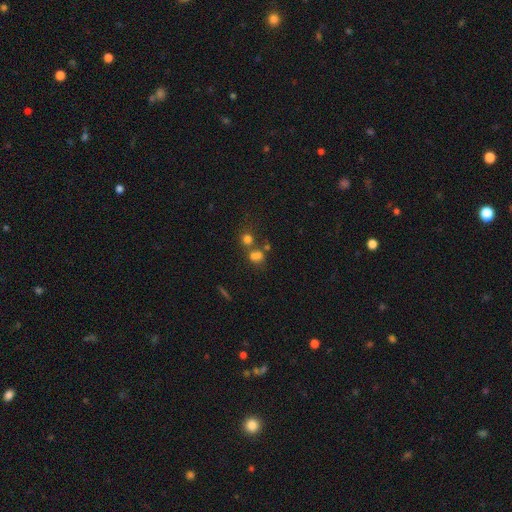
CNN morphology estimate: Smooth or featured? Predicted: smooth (p=0.66). How rounded? Predicted: round (p=0.68). Merging? Predicted: merger (p=0.45).